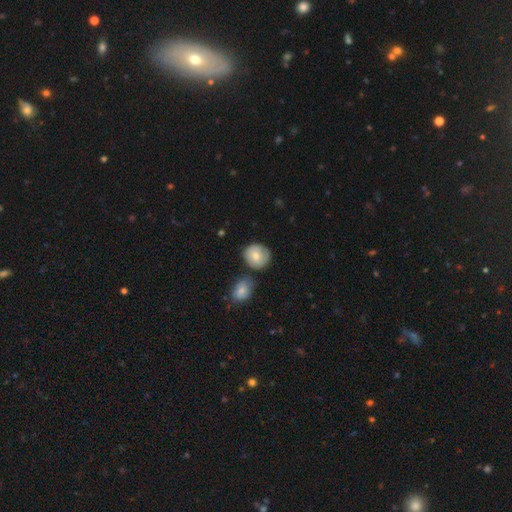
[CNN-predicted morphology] smooth-or-featured: smooth: 71% | featured or disk: 22% | star or artifact: 7%
  how-rounded: round: 85% | in between: 14% | cigar-shaped: 1%
  merging: none: 65% | minor disturbance: 18% | merger: 13% | major disturbance: 4%